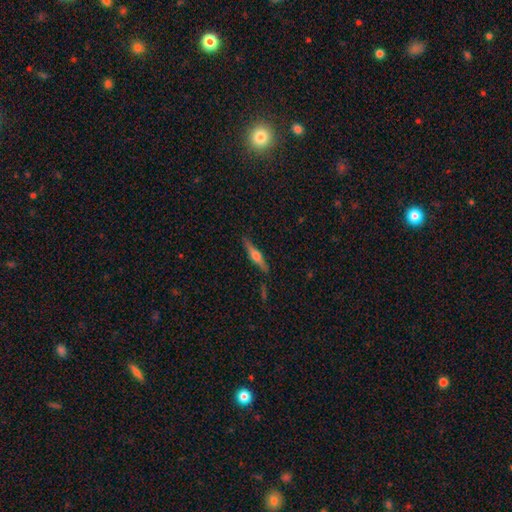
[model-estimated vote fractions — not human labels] Smooth or featured: featured or disk — 65% (smooth — 28%)
Edge-on disk: yes — 97% (no — 3%)
Edge-on bulge: rounded — 89% (boxy — 7%)
Merging: none — 88% (minor disturbance — 9%)